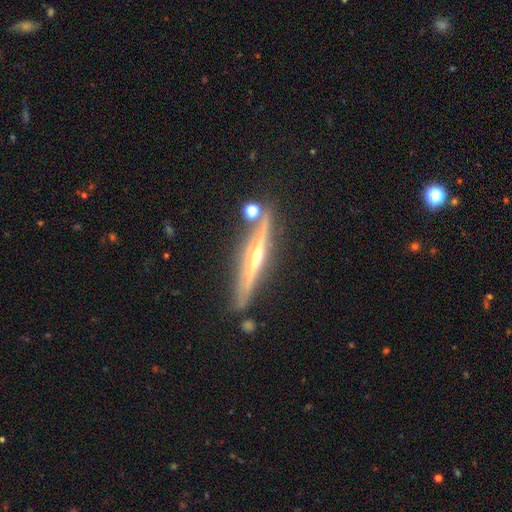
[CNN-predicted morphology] Q: Smooth or featured?
A: featured or disk (81%); runner-up: smooth (12%)
Q: Edge-on disk?
A: yes (96%); runner-up: no (4%)
Q: Edge-on bulge?
A: rounded (81%); runner-up: none (14%)
Q: Merging?
A: none (81%); runner-up: minor disturbance (11%)